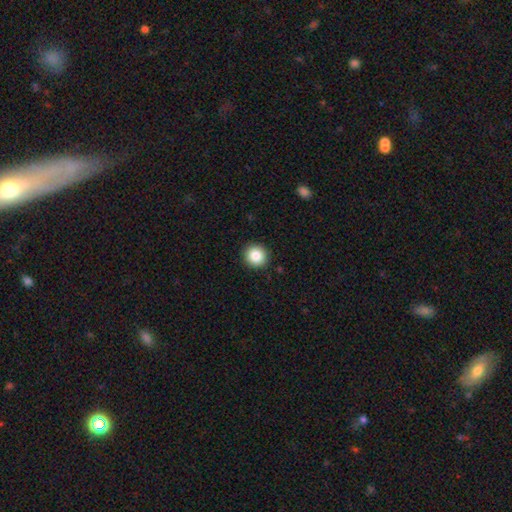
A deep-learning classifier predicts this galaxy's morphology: This is clearly a smooth galaxy (86%). How rounded: clearly round (93%). Merging: clearly none (92%).